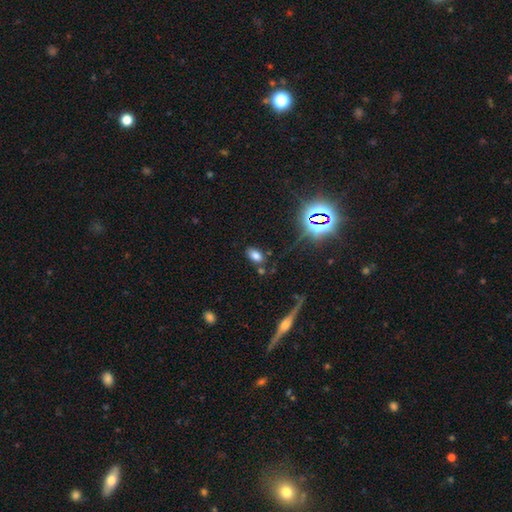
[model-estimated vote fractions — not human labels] smooth 74%, star or artifact 17%, featured or disk 9%. Down the decision tree: how rounded — in between (91%); merging — none (79%).